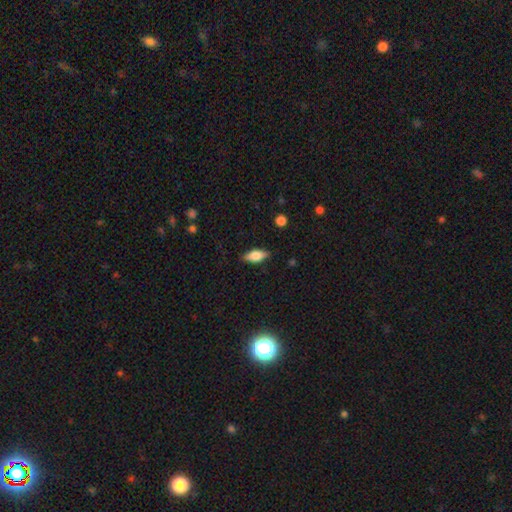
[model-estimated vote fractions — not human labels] smooth 69%, featured or disk 24%, star or artifact 7%. Down the decision tree: how rounded — in between (81%); merging — none (85%).